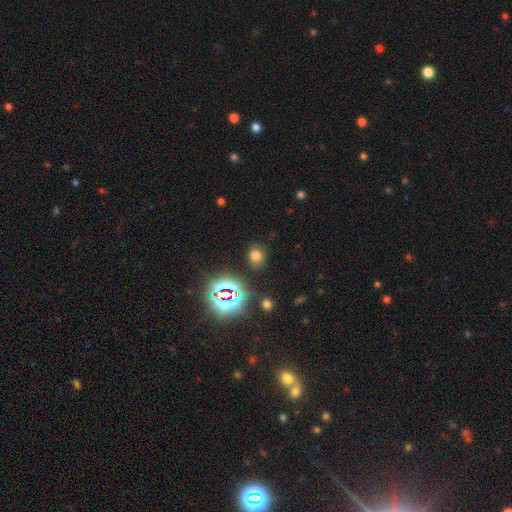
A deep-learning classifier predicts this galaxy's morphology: Smooth or featured: smooth — 66% (star or artifact — 26%)
How rounded: round — 57% (in between — 41%)
Merging: none — 81% (minor disturbance — 12%)